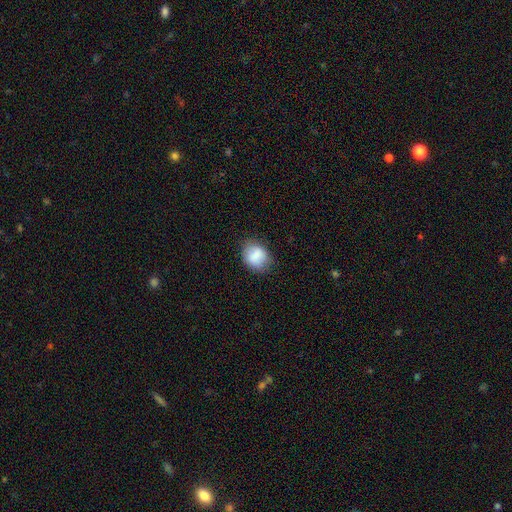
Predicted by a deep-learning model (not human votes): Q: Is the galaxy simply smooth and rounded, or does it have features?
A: smooth — 83%.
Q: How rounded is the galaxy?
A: in between — 53%.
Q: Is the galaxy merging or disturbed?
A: none — 75%.